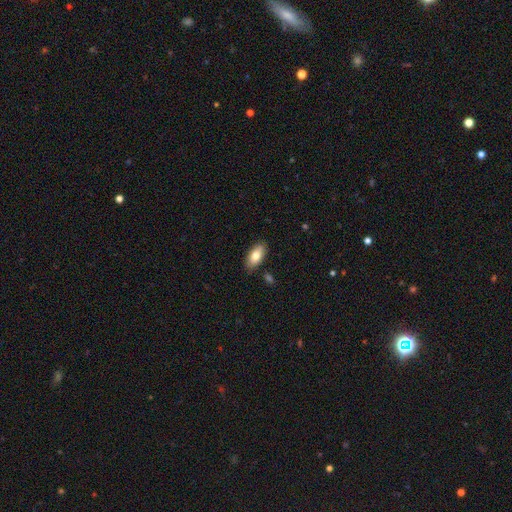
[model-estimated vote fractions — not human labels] This appears to be a smooth galaxy with no disk features (78%) that is in between round and cigar-shaped (91%). Merging: none (86%).